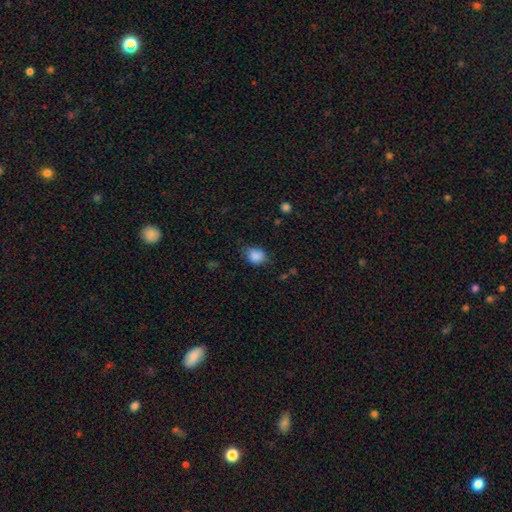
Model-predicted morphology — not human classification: Q: Smooth or featured?
A: smooth (86%); runner-up: star or artifact (9%)
Q: How rounded?
A: round (52%); runner-up: in between (47%)
Q: Merging?
A: none (67%); runner-up: minor disturbance (25%)